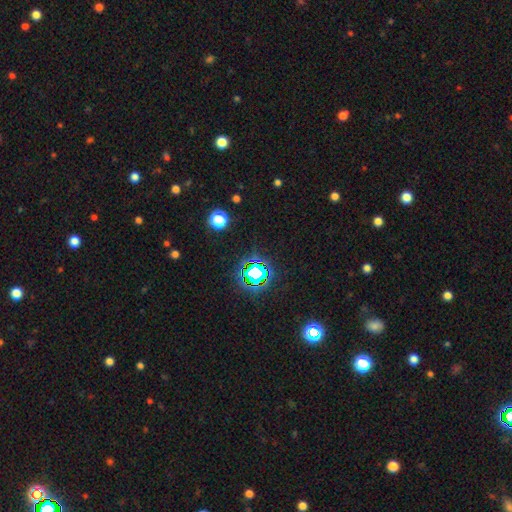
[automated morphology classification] Smooth or featured? Predicted: star or artifact (p=0.78).